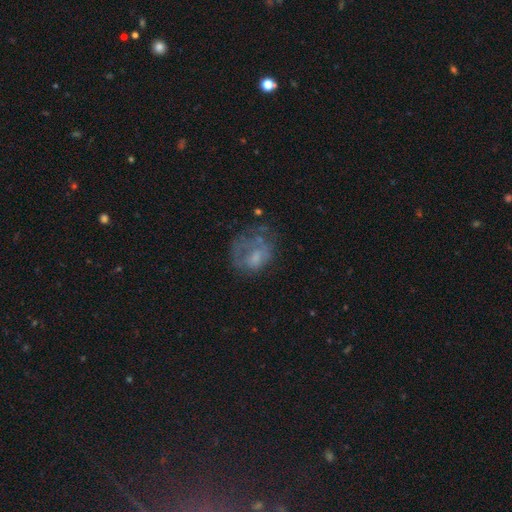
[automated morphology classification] Smooth or featured? Predicted: featured or disk (p=0.47). Merging? Predicted: none (p=0.37).